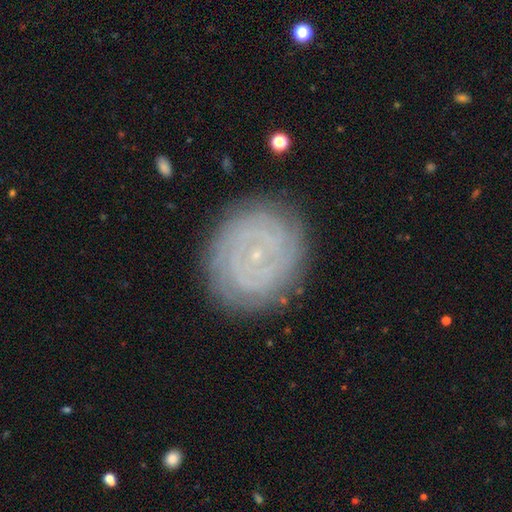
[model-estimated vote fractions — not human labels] The model was most divided on "spiral arm count": 2: 31%, can't tell: 26%, 3: 16%, 4: 12%, more than 4: 8%, 1: 7%. More confident: edge-on disk — no (98%); spiral arms — yes (96%); bulge size — small (89%); merging — none (85%); spiral winding — tight (85%); smooth or featured — featured or disk (82%); bar — no (71%).